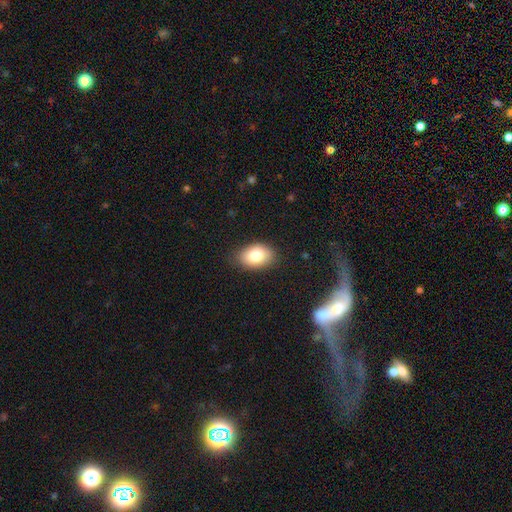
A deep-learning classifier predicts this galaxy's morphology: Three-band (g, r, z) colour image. It shows a smooth galaxy with no disk features (83%) that is in between round and cigar-shaped (87%). Merging: none (83%).